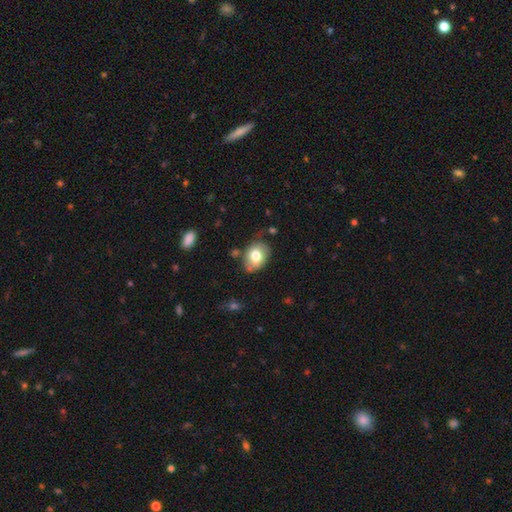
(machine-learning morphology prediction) A smooth galaxy with no disk features (73%) that is in between round and cigar-shaped (67%). Merging: none (65%).